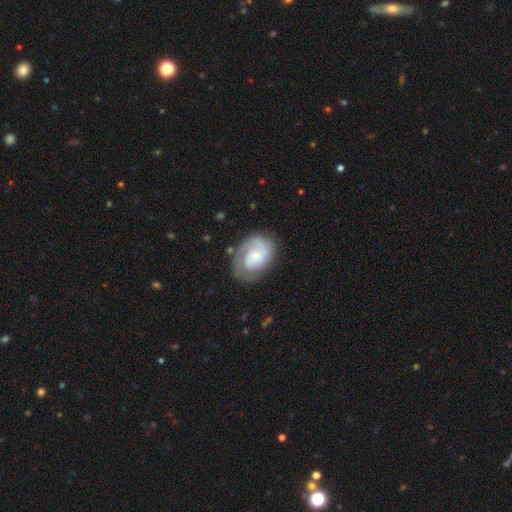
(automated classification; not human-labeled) The model was most divided on "spiral arm count": 2: 44%, 1: 27%, can't tell: 17%, 3: 8%, 4: 2%, more than 4: 2%. More confident: edge-on disk — no (98%); spiral arms — yes (93%); smooth or featured — featured or disk (75%); merging — none (68%); bar — no (68%); bulge size — small (57%); spiral winding — tight (54%).